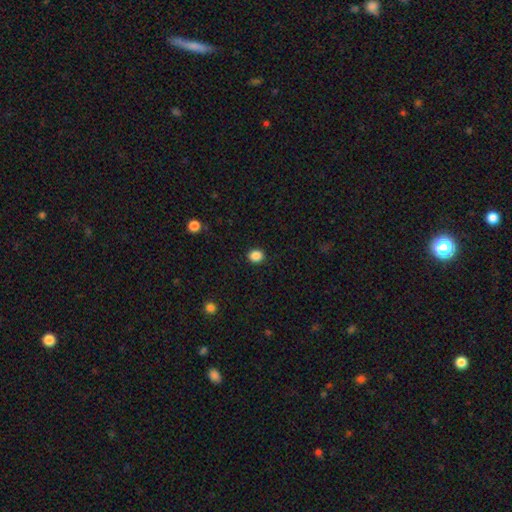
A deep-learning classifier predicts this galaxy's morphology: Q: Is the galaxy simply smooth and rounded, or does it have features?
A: smooth — 87%.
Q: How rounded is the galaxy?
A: round — 81%.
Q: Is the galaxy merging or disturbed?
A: none — 91%.